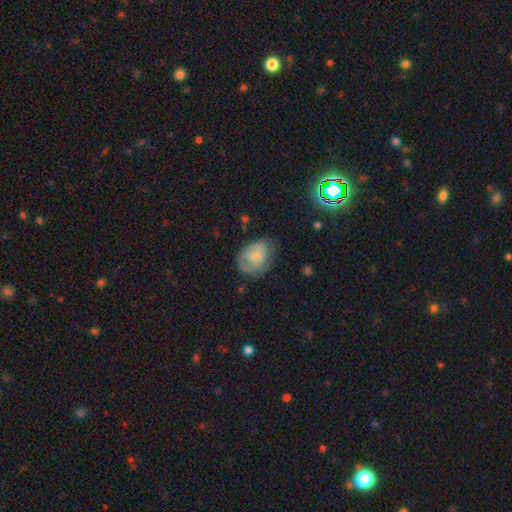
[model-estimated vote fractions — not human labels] Smooth or featured? Predicted: smooth (p=0.54). How rounded? Predicted: in between (p=0.65). Merging? Predicted: none (p=0.49).